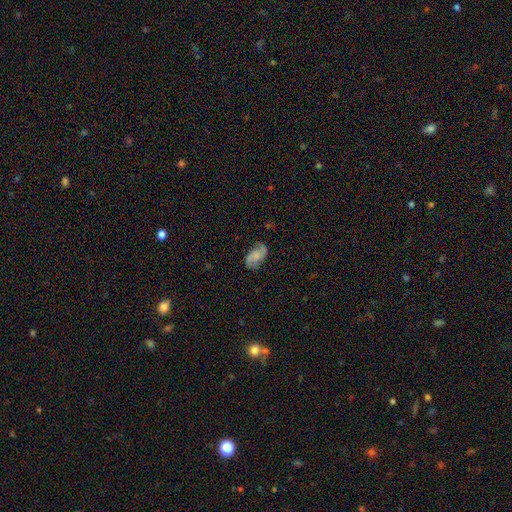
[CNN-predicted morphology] Overall: featured or disk (63%; smooth 29%). Edge-on disk: no (97%). Bar: no (57%; weak 34%). Spiral arms: yes (93%). Spiral arm count: 2 (90%). Spiral winding: loose (50%; medium 37%). Bulge size: none (51%; small 22%). Merging: none (74%).